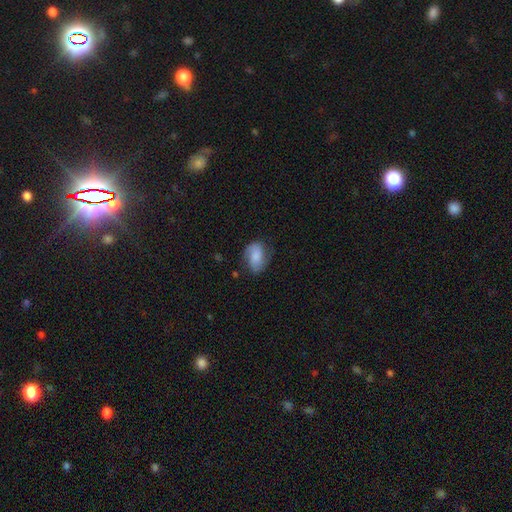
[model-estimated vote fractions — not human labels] Smooth or featured? Predicted: smooth (p=0.57). How rounded? Predicted: in between (p=0.85). Merging? Predicted: none (p=0.65).